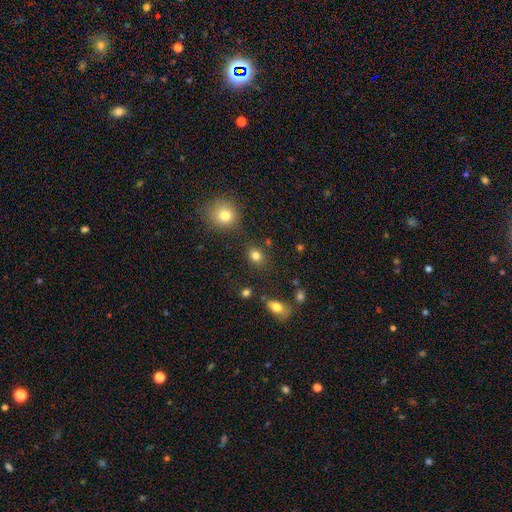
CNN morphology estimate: Smooth or featured: smooth — 82% (star or artifact — 12%)
How rounded: round — 52% (in between — 46%)
Merging: none — 81% (minor disturbance — 11%)